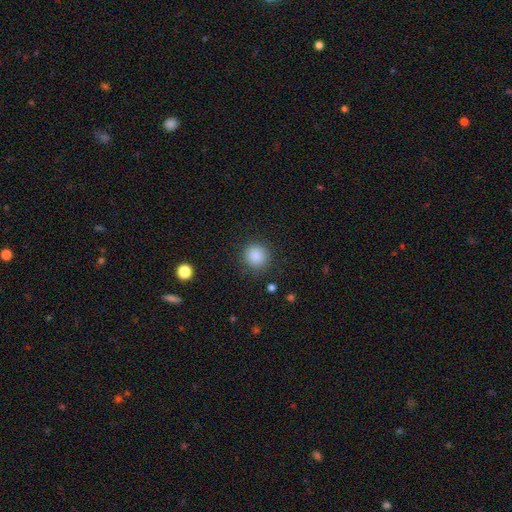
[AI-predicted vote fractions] A smooth galaxy with no disk features (87%) that is round (93%). Merging: none (87%).